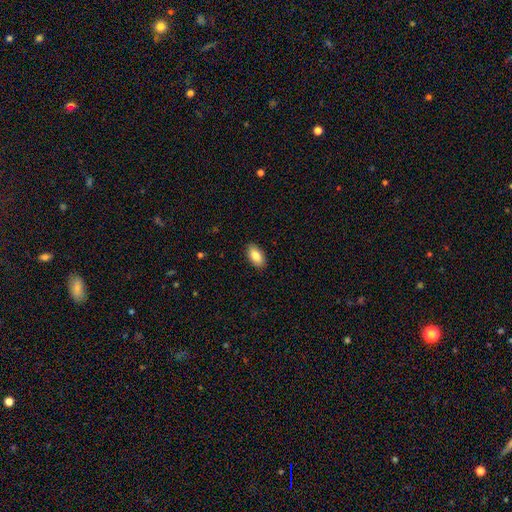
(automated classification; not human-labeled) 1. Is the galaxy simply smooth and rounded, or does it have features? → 86% smooth, 8% featured or disk, 6% star or artifact.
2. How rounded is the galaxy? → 94% in between, 3% cigar-shaped, 3% round.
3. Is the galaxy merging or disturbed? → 89% none, 8% minor disturbance, 2% major disturbance, 1% merger.